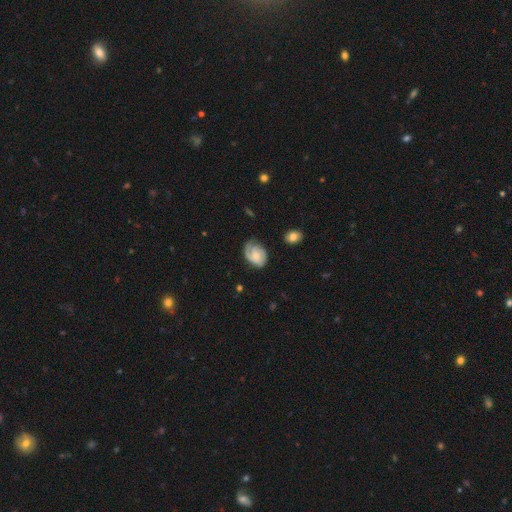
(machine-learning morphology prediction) type=featured or disk (65%); edge-on=no (97%); bar=no (65%); spiral arms=yes (91%); winding=tight (50%); arm count=2 (41%); bulge=small (49%); merging=none (59%).